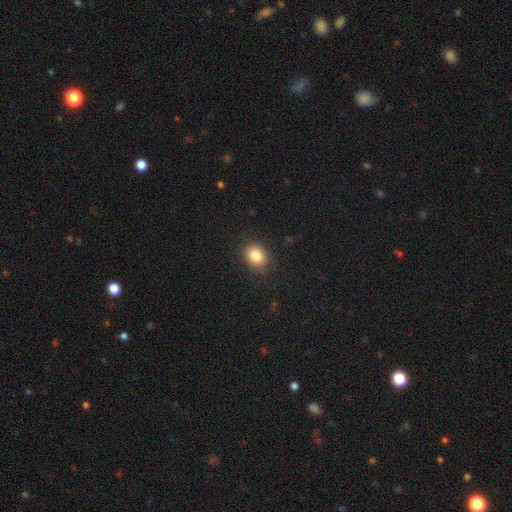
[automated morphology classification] smooth 85%, star or artifact 9%, featured or disk 6%. Down the decision tree: how rounded — in between (59%); merging — none (87%).